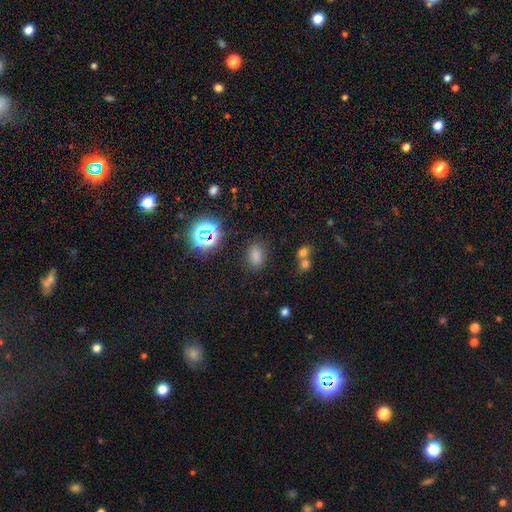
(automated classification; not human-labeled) Q: Smooth or featured?
A: smooth (73%); runner-up: star or artifact (21%)
Q: How rounded?
A: in between (85%); runner-up: round (13%)
Q: Merging?
A: none (80%); runner-up: minor disturbance (11%)